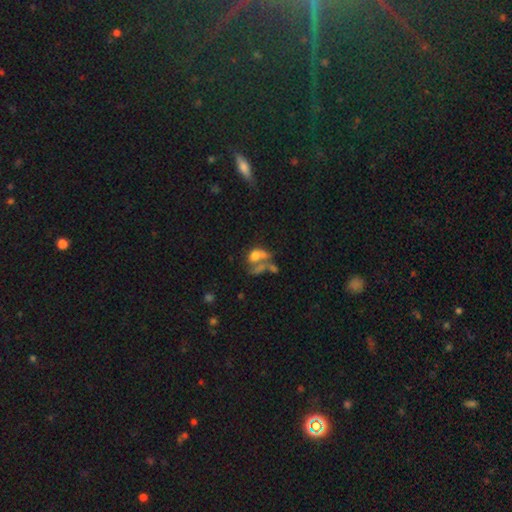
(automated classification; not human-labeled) smooth 54%, featured or disk 31%, star or artifact 14%. Down the decision tree: how rounded — in between (68%); merging — merger (47%).